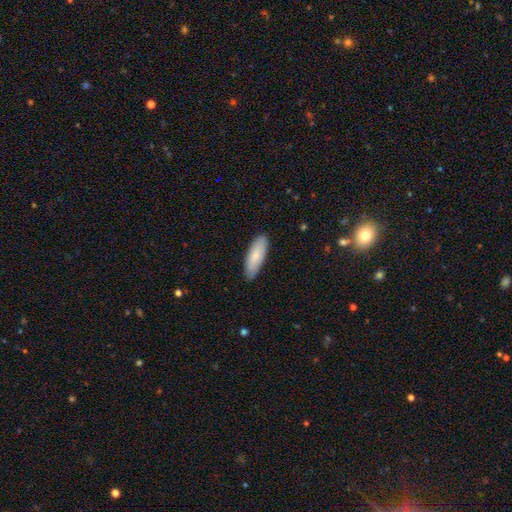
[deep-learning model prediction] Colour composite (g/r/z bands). It shows a smooth galaxy with no disk features (81%) that is in between round and cigar-shaped (66%). Merging: none (86%).